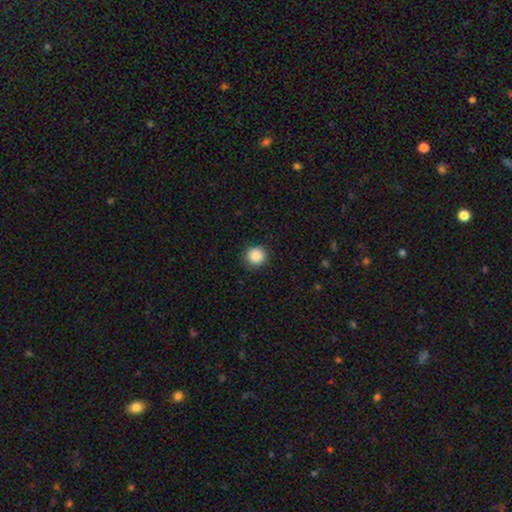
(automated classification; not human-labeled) Smooth or featured: smooth — 88% (star or artifact — 9%)
How rounded: round — 94% (in between — 5%)
Merging: none — 89% (minor disturbance — 8%)